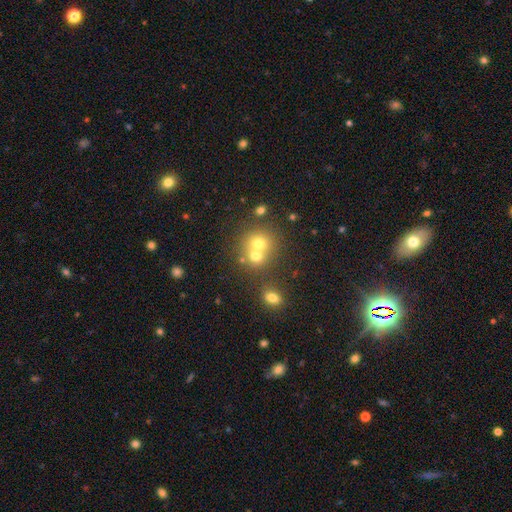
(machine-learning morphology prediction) This is likely a smooth galaxy (67%). How rounded: likely round (80%). Merging: possibly merger (53%).